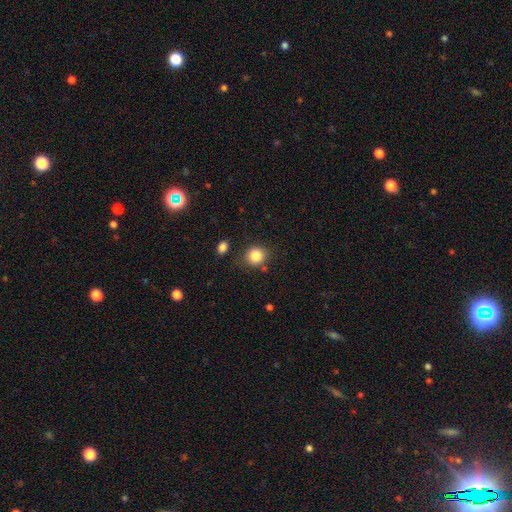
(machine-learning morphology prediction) smooth_or_featured: smooth (p=0.84) [alt: star or artifact p=0.11]
how_rounded: round (p=0.84) [alt: in between p=0.15]
merging: none (p=0.79) [alt: minor disturbance p=0.12]